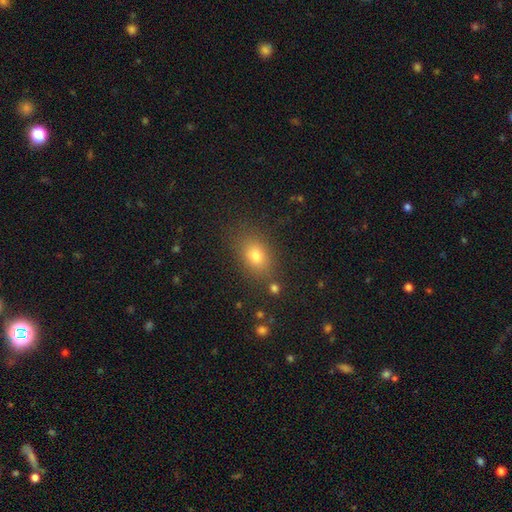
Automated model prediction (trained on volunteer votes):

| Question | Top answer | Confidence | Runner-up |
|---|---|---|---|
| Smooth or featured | smooth | 77% | star or artifact (13%) |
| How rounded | in between | 70% | round (28%) |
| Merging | none | 80% | minor disturbance (12%) |